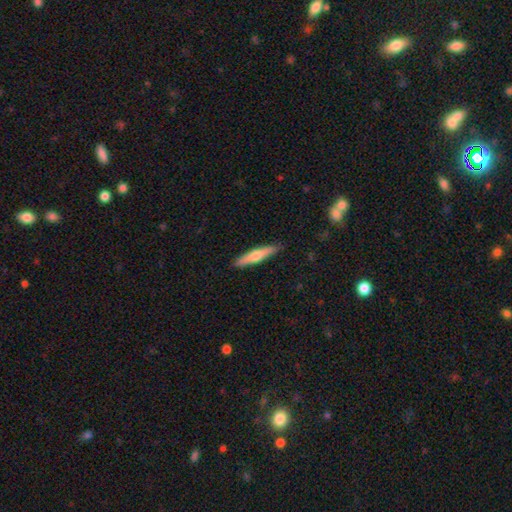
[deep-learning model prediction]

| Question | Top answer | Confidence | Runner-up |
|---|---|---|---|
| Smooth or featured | smooth | 57% | featured or disk (37%) |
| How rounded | cigar-shaped | 87% | in between (11%) |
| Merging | none | 88% | minor disturbance (9%) |